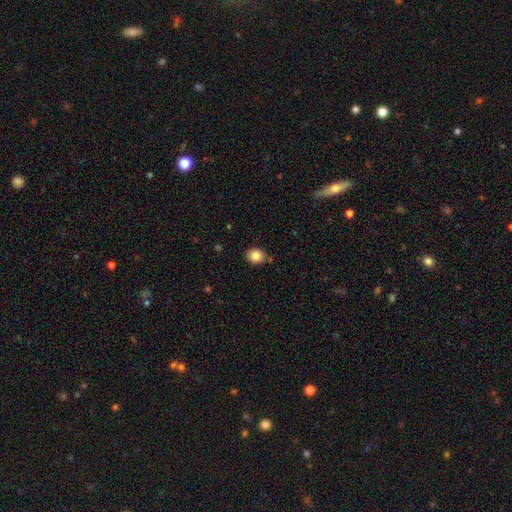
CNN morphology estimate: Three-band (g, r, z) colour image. It shows a smooth galaxy with no disk features (84%) that is round (62%). Merging: none (83%).